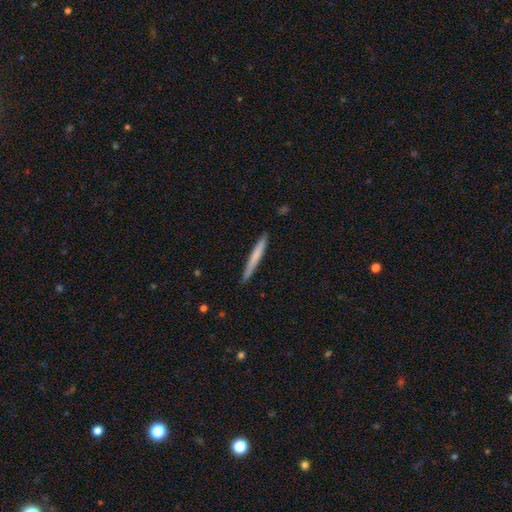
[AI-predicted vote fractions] smooth-or-featured: smooth: 66% | featured or disk: 29% | star or artifact: 5%
  how-rounded: cigar-shaped: 97% | in between: 2% | round: 1%
  merging: none: 90% | minor disturbance: 8% | major disturbance: 1% | merger: 1%